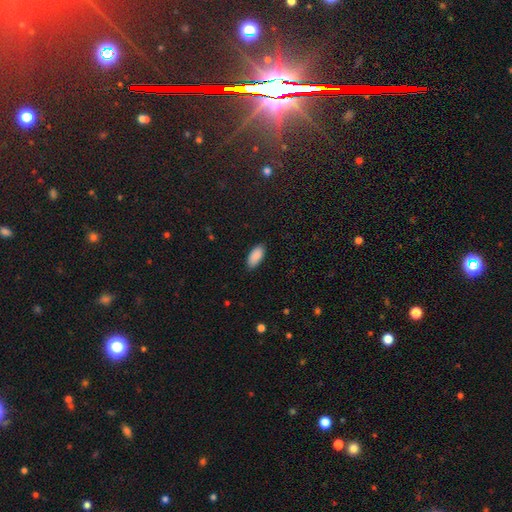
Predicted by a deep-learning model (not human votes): Smooth or featured: smooth — 90% (star or artifact — 6%)
How rounded: in between — 93% (cigar-shaped — 6%)
Merging: none — 85% (minor disturbance — 12%)